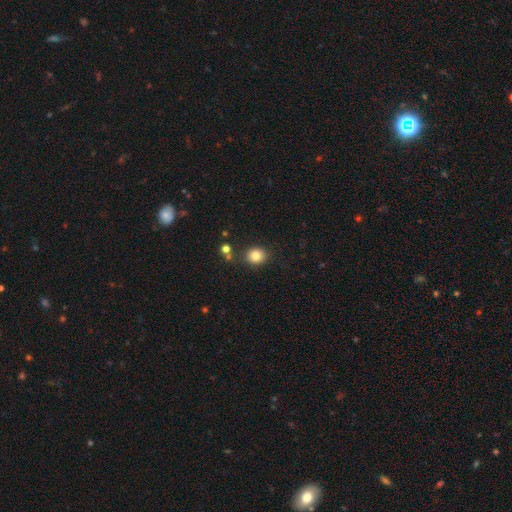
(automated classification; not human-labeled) This is clearly a smooth galaxy (83%). How rounded: likely round (71%). Merging: clearly none (82%).